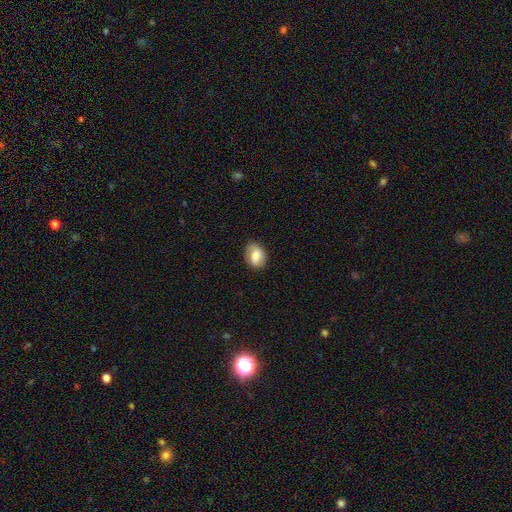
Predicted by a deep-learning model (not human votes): Smooth or featured? smooth (74%)
How rounded? in between (73%)
Merging? none (81%)